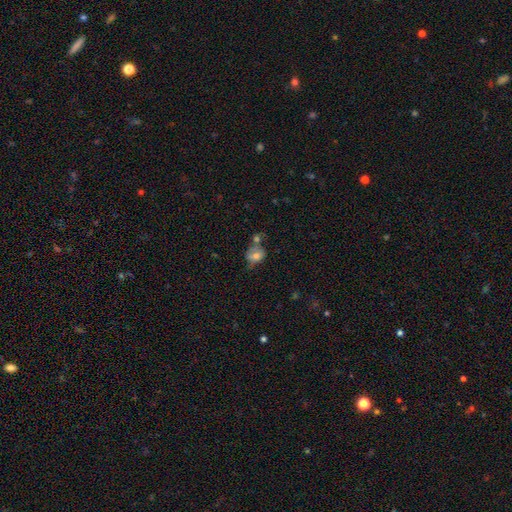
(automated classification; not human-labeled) smooth_or_featured: smooth (p=0.63) [alt: featured or disk p=0.26]
how_rounded: in between (p=0.55) [alt: round p=0.43]
merging: none (p=0.37) [alt: merger p=0.27]